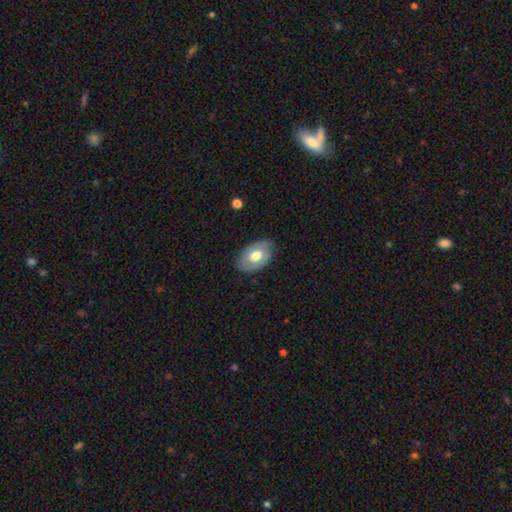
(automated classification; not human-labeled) This appears to be a smooth galaxy with no disk features (51%) that is in between round and cigar-shaped (89%). Merging: none (76%).